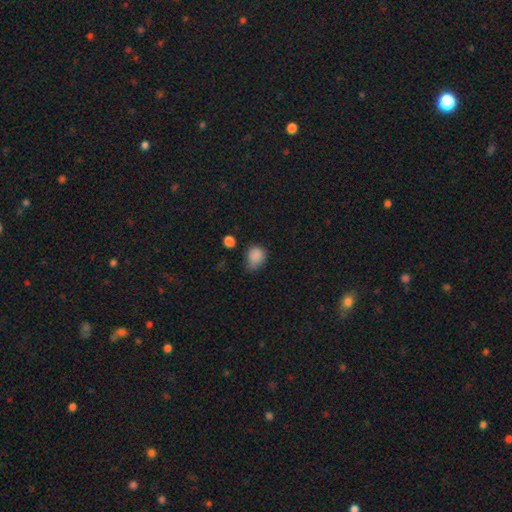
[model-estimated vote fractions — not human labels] This appears to be a smooth galaxy with no disk features (84%) that is round (61%). Merging: none (52%).